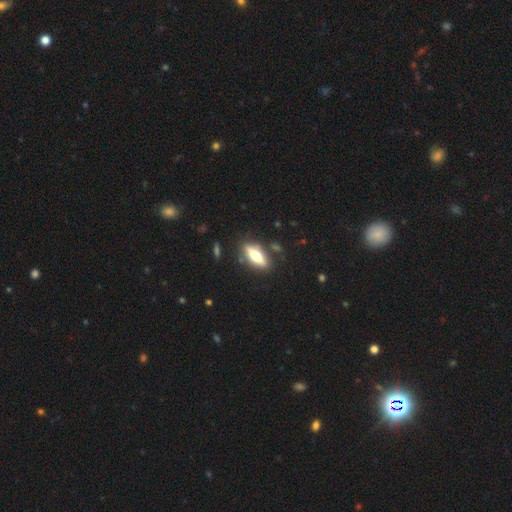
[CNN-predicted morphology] The model was most divided on "smooth or featured": featured or disk: 52%, smooth: 41%, star or artifact: 6%. More confident: edge-on disk — yes (86%); merging — none (84%).